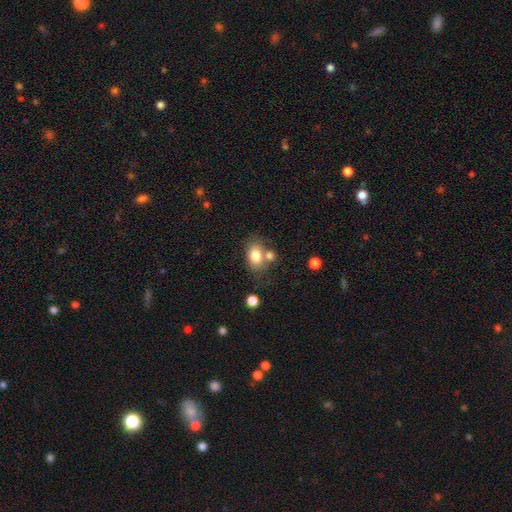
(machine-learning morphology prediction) smooth-or-featured: smooth: 80% | featured or disk: 11% | star or artifact: 9%
  how-rounded: in between: 75% | round: 23% | cigar-shaped: 1%
  merging: none: 53% | merger: 27% | minor disturbance: 15% | major disturbance: 5%